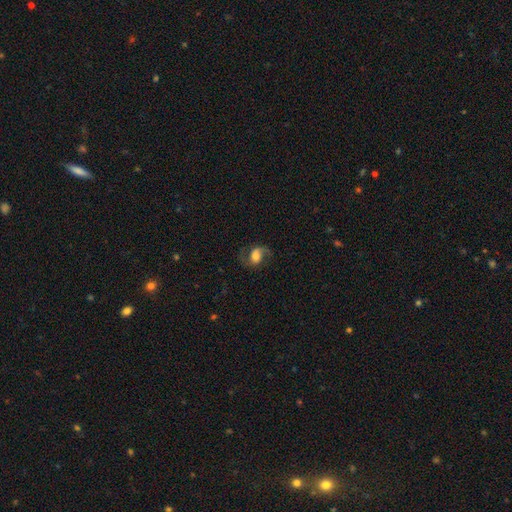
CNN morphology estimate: Overall: featured or disk (68%). Edge-on disk: no (97%). Bar: no (47%; weak 39%). Spiral arms: yes (92%). Spiral arm count: 2 (85%). Spiral winding: loose (46%; medium 44%). Bulge size: moderate (46%; large 32%). Merging: none (68%).